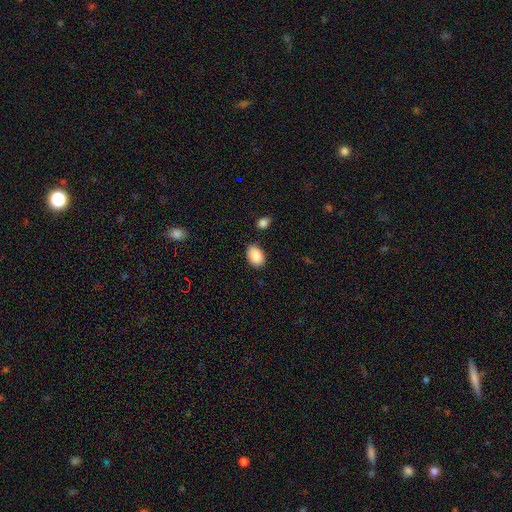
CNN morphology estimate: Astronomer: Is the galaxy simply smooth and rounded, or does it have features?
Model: smooth — 89%.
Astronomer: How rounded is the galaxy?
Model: in between — 86%.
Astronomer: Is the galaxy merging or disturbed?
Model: none — 80%.